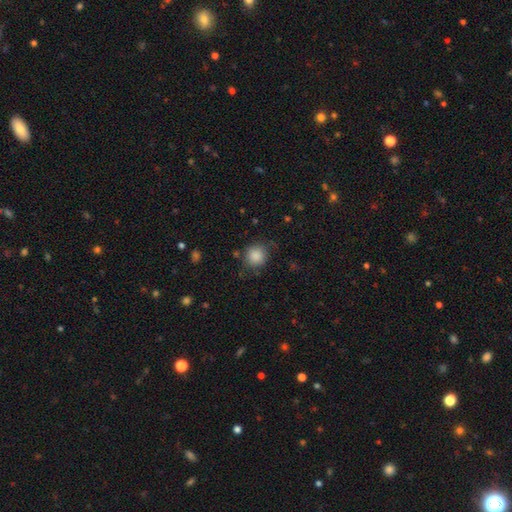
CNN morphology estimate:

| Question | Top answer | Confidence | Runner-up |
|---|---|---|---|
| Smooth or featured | smooth | 87% | star or artifact (9%) |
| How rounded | round | 88% | in between (11%) |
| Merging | none | 78% | minor disturbance (15%) |